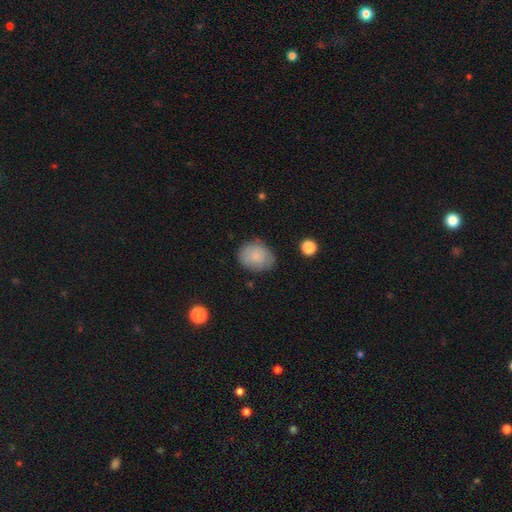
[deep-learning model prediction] Smooth or featured? Predicted: smooth (p=0.78). How rounded? Predicted: in between (p=0.50). Merging? Predicted: none (p=0.72).